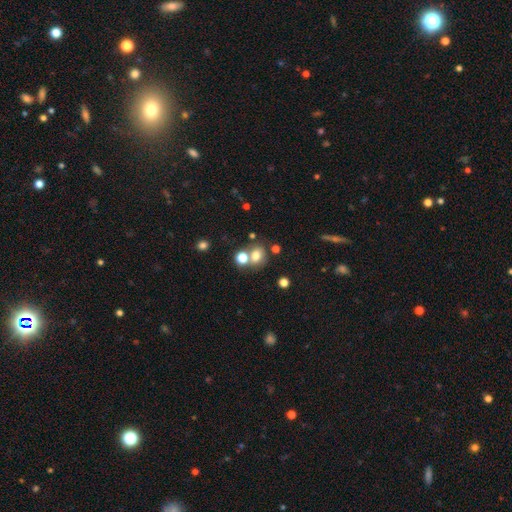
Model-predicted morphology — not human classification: Q: Smooth or featured?
A: smooth (72%); runner-up: star or artifact (16%)
Q: How rounded?
A: round (61%); runner-up: in between (38%)
Q: Merging?
A: none (55%); runner-up: merger (28%)